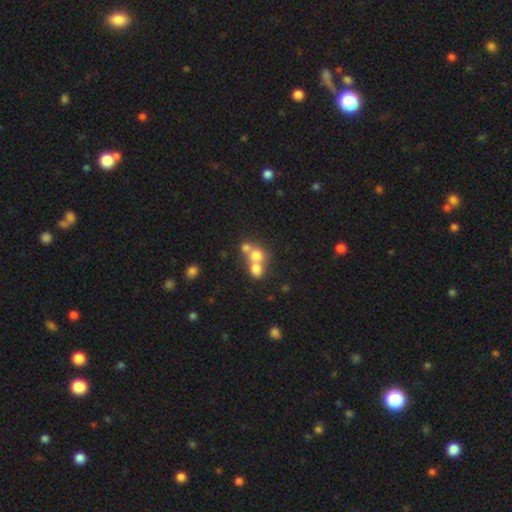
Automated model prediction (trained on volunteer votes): Smooth or featured? smooth (68%)
How rounded? round (74%)
Merging? merger (64%)